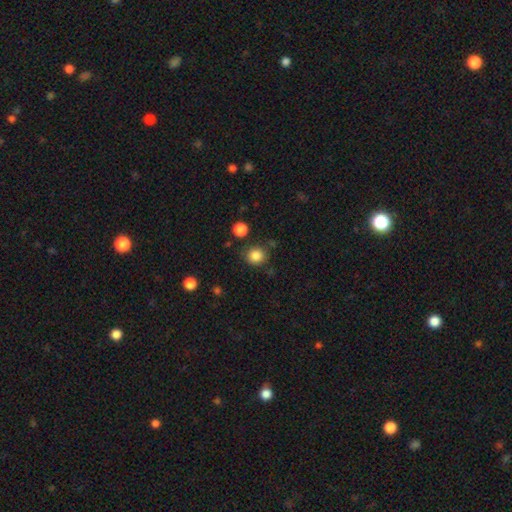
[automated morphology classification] Smooth or featured? Predicted: smooth (p=0.85). How rounded? Predicted: round (p=0.87). Merging? Predicted: none (p=0.81).